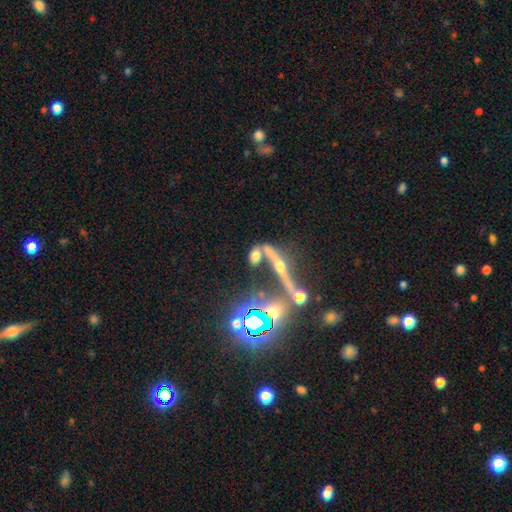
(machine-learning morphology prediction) type=featured or disk (44%); merging=none (58%).